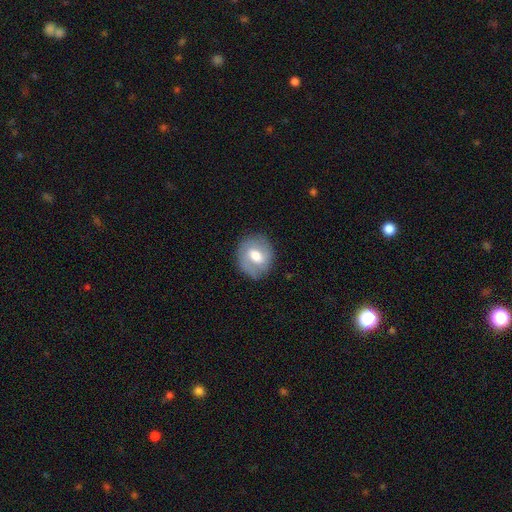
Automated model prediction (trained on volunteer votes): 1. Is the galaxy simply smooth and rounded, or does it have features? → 51% smooth, 42% featured or disk, 7% star or artifact.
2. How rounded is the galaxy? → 67% round, 32% in between, 1% cigar-shaped.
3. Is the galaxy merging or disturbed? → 81% none, 13% minor disturbance, 5% major disturbance, 1% merger.